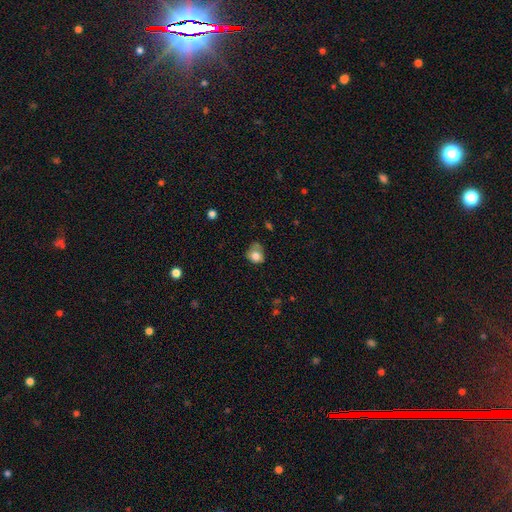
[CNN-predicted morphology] A smooth galaxy with no disk features (77%) that is round (60%). Merging: none (39%).